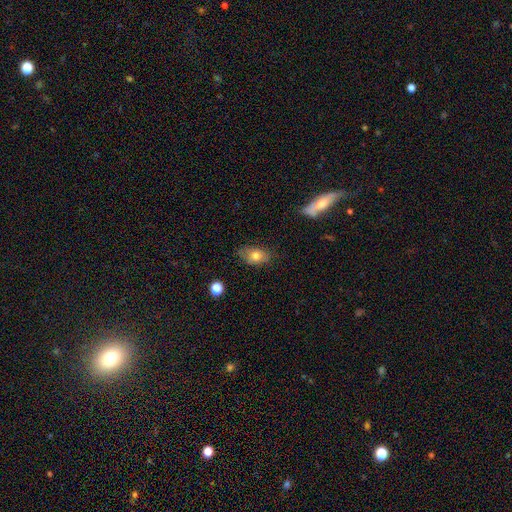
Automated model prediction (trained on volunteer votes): Q: Smooth or featured?
A: smooth (77%); runner-up: featured or disk (15%)
Q: How rounded?
A: in between (85%); runner-up: round (12%)
Q: Merging?
A: none (75%); runner-up: minor disturbance (19%)